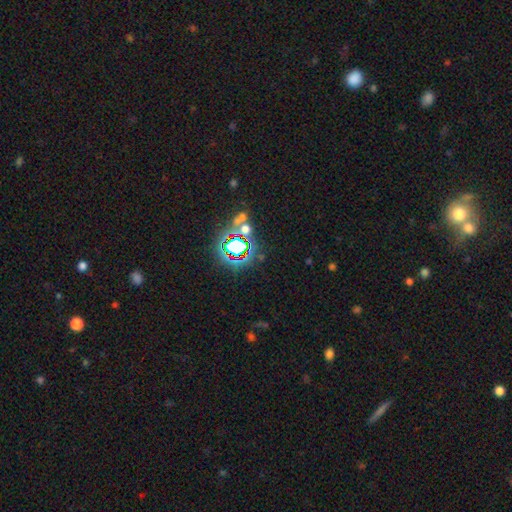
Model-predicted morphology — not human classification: smooth-or-featured: star or artifact: 80% | smooth: 12% | featured or disk: 8%